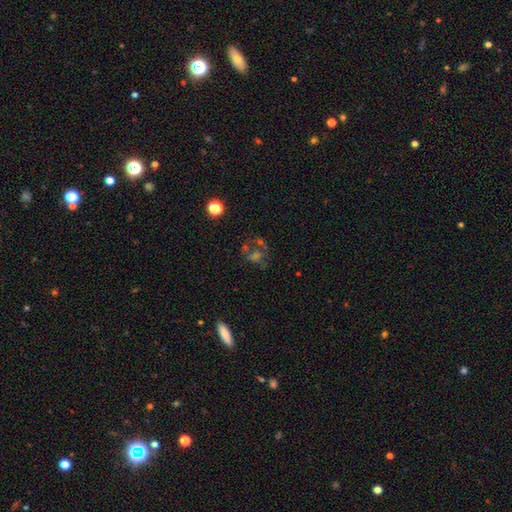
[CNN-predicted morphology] A featured or disk galaxy (44%).

Vote fractions:
- Smooth or featured? featured or disk: 44% / star or artifact: 29% / smooth: 26%
- Merging? none: 50% / major disturbance: 19% / merger: 16% / minor disturbance: 15%